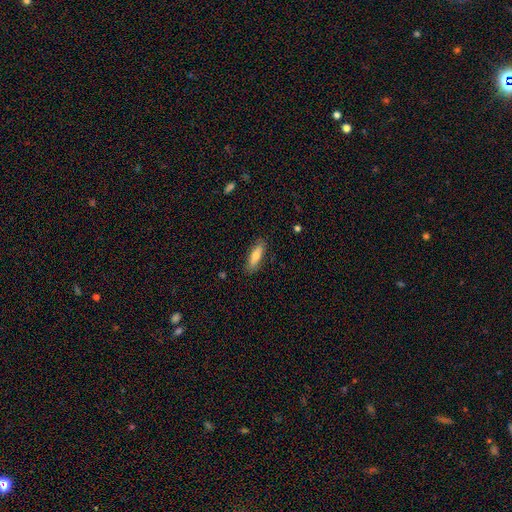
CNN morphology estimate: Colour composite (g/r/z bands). It shows a smooth galaxy with no disk features (72%) that is in between round and cigar-shaped (52%). Merging: none (86%).